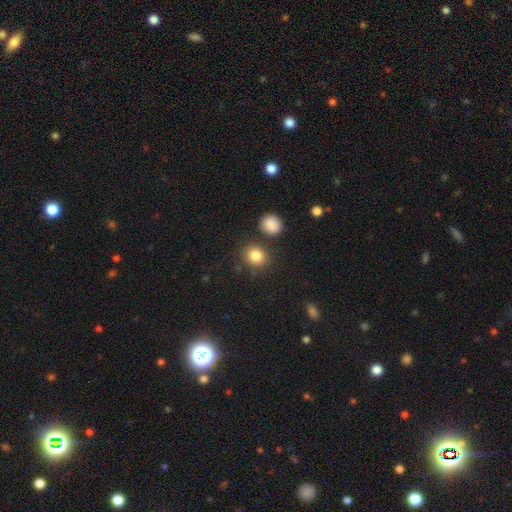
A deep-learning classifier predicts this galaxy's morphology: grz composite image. It shows a smooth galaxy with no disk features (84%) that is round (76%). Merging: none (80%).